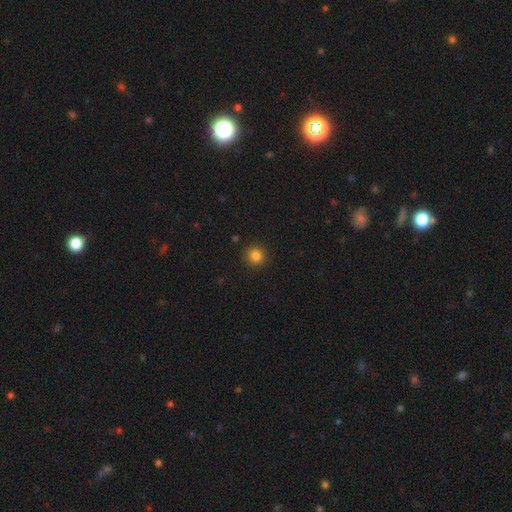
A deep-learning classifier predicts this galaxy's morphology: This appears to be a smooth galaxy with no disk features (84%) that is round (93%). Merging: none (91%).